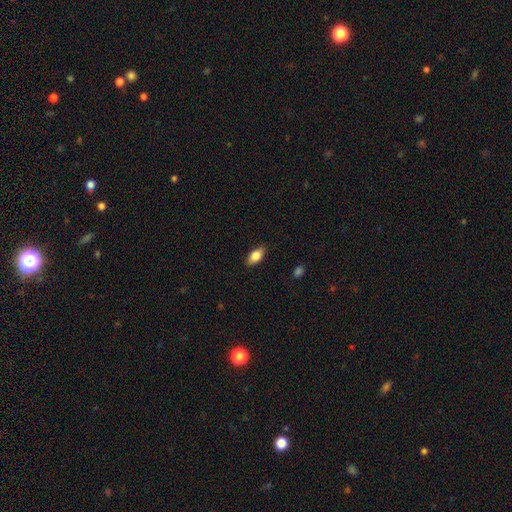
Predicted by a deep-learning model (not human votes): A smooth galaxy with no disk features (82%) that is in between round and cigar-shaped (89%). Merging: none (87%).